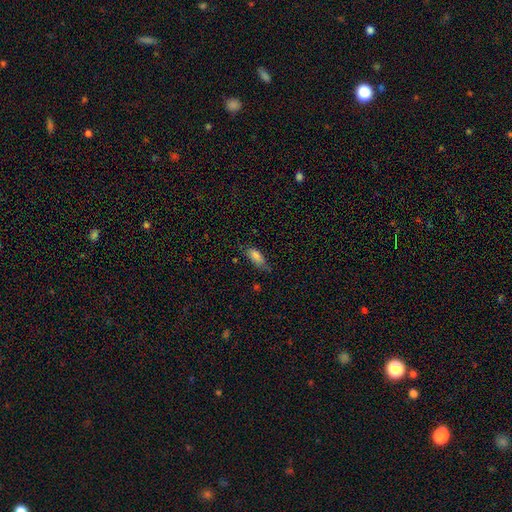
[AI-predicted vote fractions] A smooth galaxy with no disk features (82%) that is in between round and cigar-shaped (80%).

Vote fractions:
- Smooth or featured? smooth: 82% / featured or disk: 10% / star or artifact: 8%
- How rounded? in between: 80% / cigar-shaped: 18% / round: 2%
- Merging? none: 57% / minor disturbance: 32% / major disturbance: 9% / merger: 2%